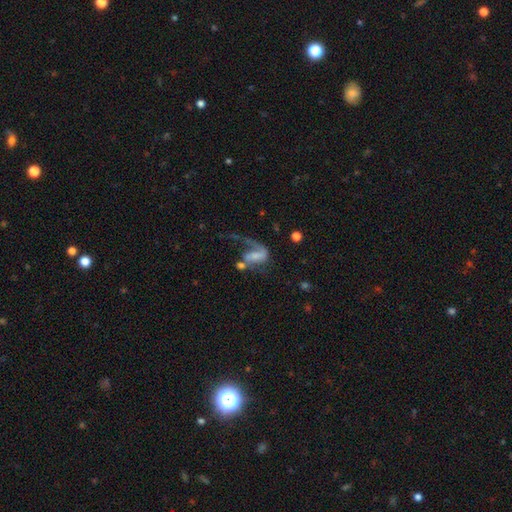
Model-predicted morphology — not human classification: A featured or disk galaxy (65%) with no bar (37%, tied with weak), spiral arms (79%) and a small central bulge (34%). Merging: major disturbance (44%).